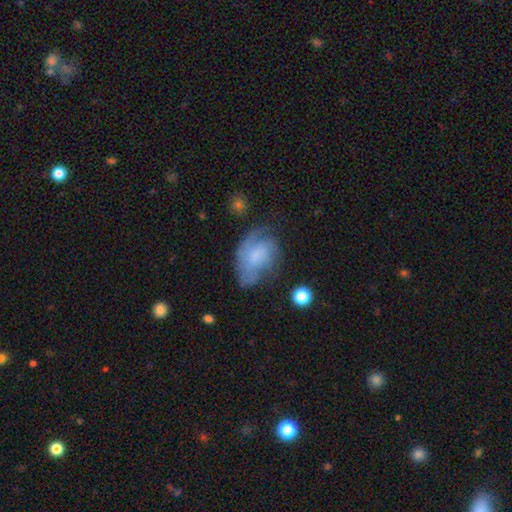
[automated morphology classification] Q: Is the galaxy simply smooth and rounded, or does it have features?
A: featured or disk — 53%.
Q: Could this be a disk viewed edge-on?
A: no — 96%.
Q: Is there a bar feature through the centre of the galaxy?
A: no — 60%.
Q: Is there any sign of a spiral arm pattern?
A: yes — 75%.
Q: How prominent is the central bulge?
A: none — 35%.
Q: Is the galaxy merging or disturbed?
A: none — 44%.